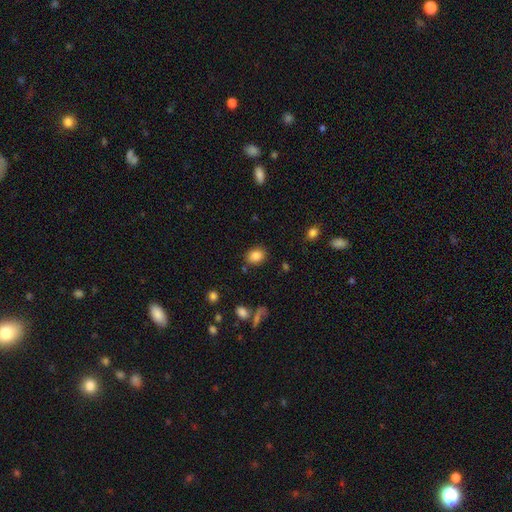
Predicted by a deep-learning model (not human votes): The model was most divided on "how rounded": in between: 55%, round: 43%, cigar-shaped: 1%. More confident: smooth or featured — smooth (84%); merging — none (82%).